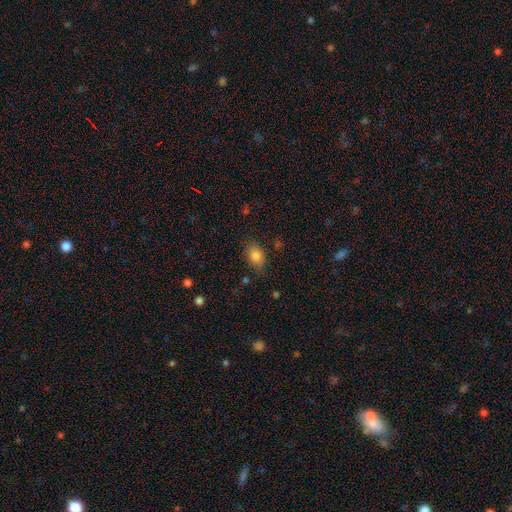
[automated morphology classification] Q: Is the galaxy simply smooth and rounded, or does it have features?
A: smooth — 83%.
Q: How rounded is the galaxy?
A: in between — 81%.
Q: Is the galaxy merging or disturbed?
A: none — 79%.